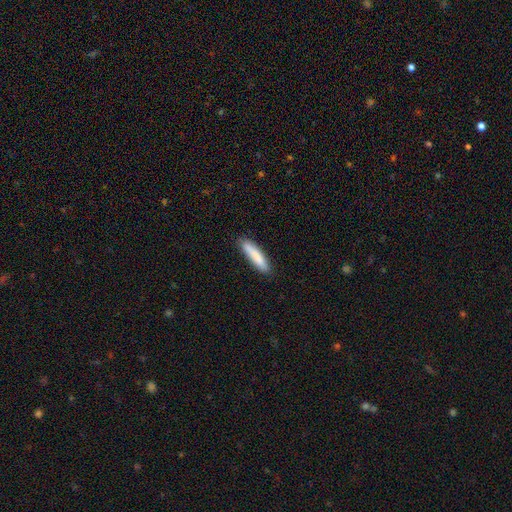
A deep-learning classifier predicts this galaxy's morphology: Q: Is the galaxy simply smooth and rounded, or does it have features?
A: smooth — 86%.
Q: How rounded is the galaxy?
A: cigar-shaped — 82%.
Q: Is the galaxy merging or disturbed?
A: none — 86%.